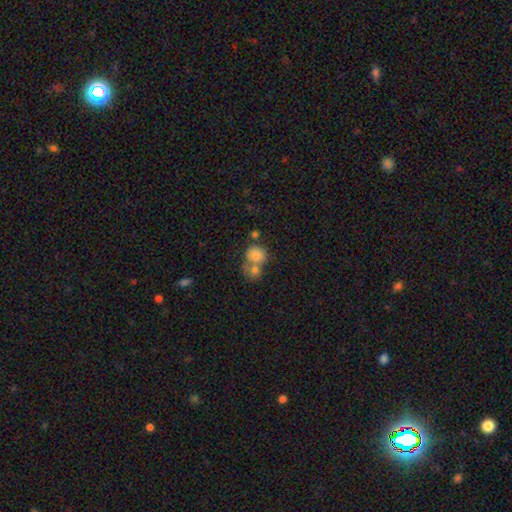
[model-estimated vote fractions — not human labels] This appears to be a smooth galaxy with no disk features (79%) that is round (73%). Merging: merger (54%).